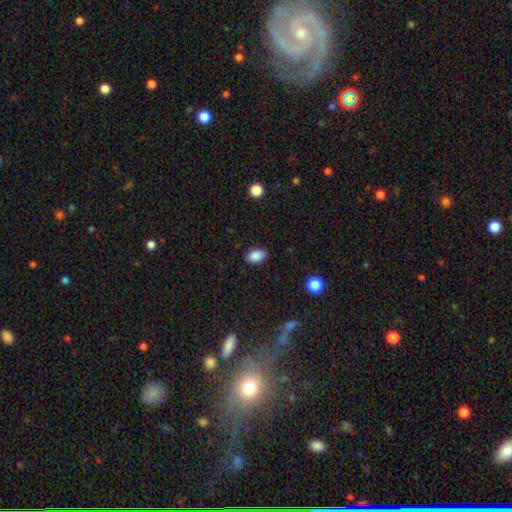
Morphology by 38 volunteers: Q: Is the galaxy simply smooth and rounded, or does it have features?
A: smooth — 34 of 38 (89%).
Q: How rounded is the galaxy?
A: in between — 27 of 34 (79%).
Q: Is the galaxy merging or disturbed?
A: none — 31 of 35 (89%).